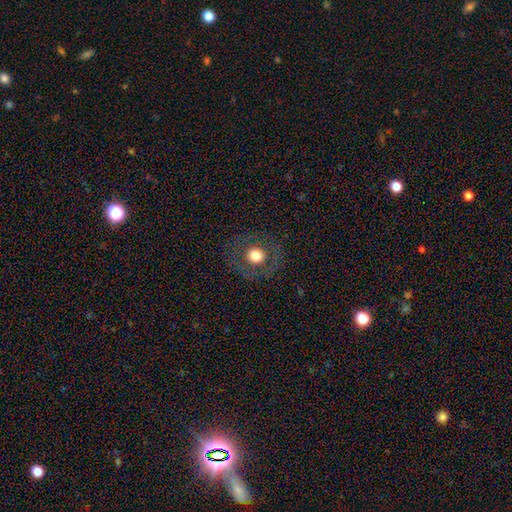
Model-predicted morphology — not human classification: type=smooth (69%); roundness=round (89%); merging=none (86%).